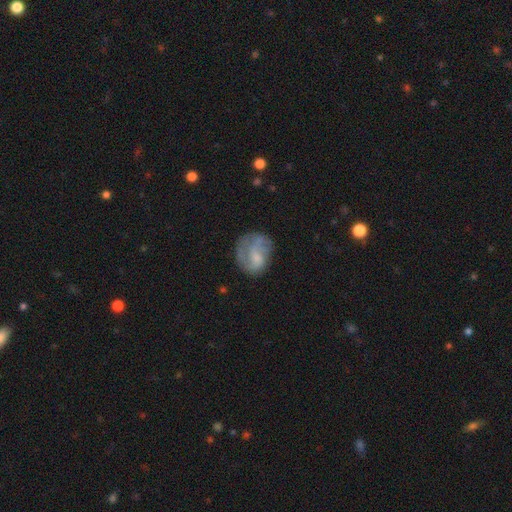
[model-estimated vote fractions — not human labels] Smooth or featured?
  - featured or disk: 51% *
  - smooth: 41%
  - star or artifact: 8%
Edge-on disk?
  - no: 98% *
  - yes: 2%
Merging?
  - none: 55% *
  - minor disturbance: 24%
  - major disturbance: 19%
  - merger: 2%